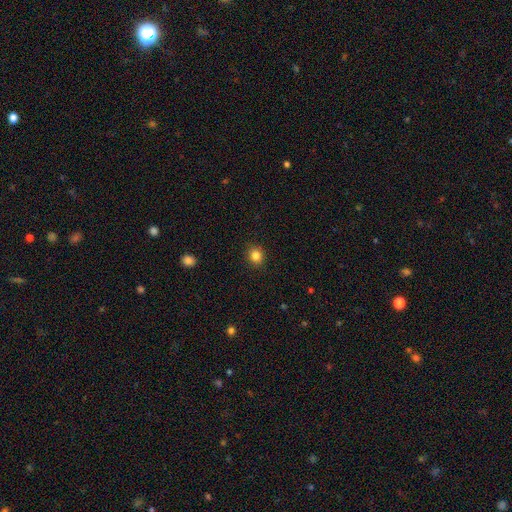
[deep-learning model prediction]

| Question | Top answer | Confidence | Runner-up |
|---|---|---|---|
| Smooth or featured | smooth | 84% | star or artifact (11%) |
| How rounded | round | 79% | in between (20%) |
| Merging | none | 91% | minor disturbance (6%) |